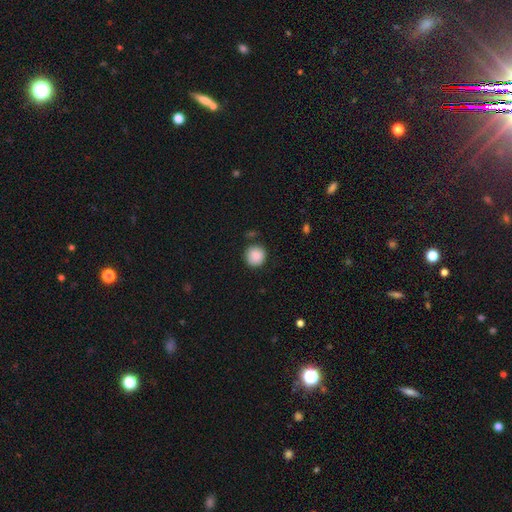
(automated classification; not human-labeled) Q: Smooth or featured?
A: smooth (87%); runner-up: star or artifact (8%)
Q: How rounded?
A: round (92%); runner-up: in between (7%)
Q: Merging?
A: none (83%); runner-up: minor disturbance (11%)